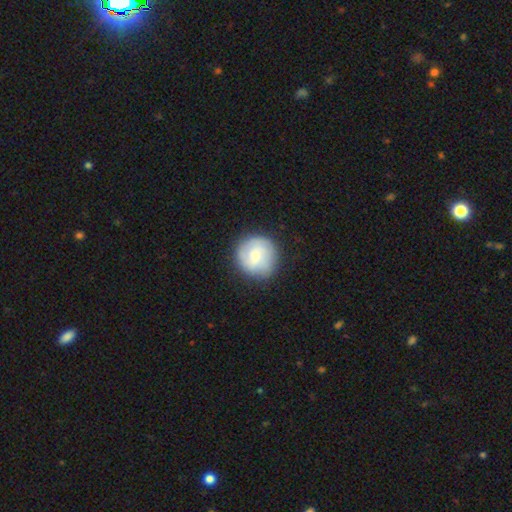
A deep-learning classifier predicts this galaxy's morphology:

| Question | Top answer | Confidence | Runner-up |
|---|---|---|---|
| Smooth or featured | smooth | 62% | featured or disk (31%) |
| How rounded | round | 93% | in between (6%) |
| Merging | none | 79% | minor disturbance (15%) |